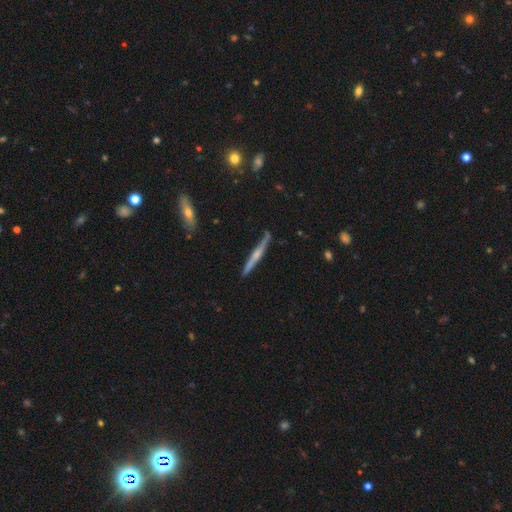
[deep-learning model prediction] Smooth or featured? featured or disk (69%)
Edge-on disk? yes (97%)
Edge-on bulge? rounded (66%)
Merging? none (86%)